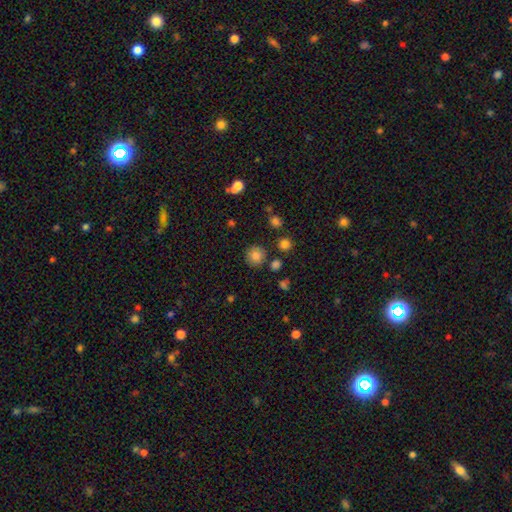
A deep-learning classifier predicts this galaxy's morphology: smooth 81%, star or artifact 12%, featured or disk 7%. Down the decision tree: how rounded — round (92%); merging — none (85%).